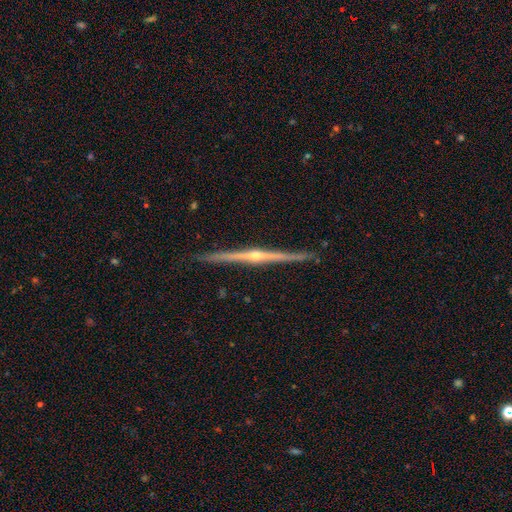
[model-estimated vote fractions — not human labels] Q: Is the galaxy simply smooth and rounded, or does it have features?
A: featured or disk — 88%.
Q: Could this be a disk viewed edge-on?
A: yes — 99%.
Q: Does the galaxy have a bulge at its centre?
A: rounded — 87%.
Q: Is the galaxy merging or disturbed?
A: none — 92%.